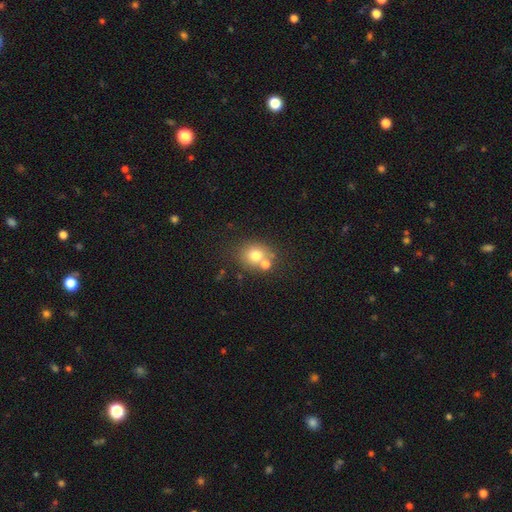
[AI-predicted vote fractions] Smooth or featured? Predicted: smooth (p=0.72). How rounded? Predicted: round (p=0.73). Merging? Predicted: none (p=0.55).